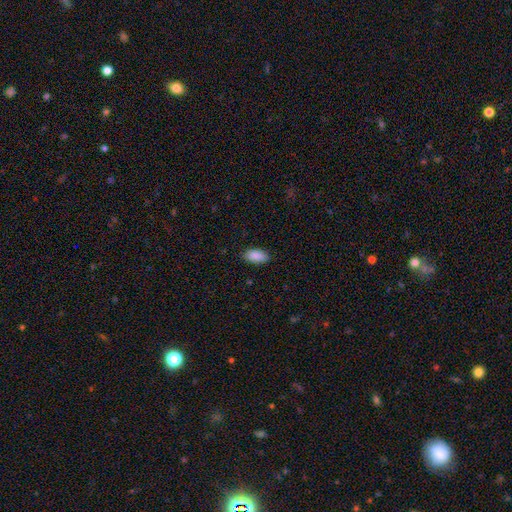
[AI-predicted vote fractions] Q: Smooth or featured?
A: smooth (89%); runner-up: star or artifact (7%)
Q: How rounded?
A: in between (93%); runner-up: cigar-shaped (4%)
Q: Merging?
A: none (87%); runner-up: minor disturbance (10%)